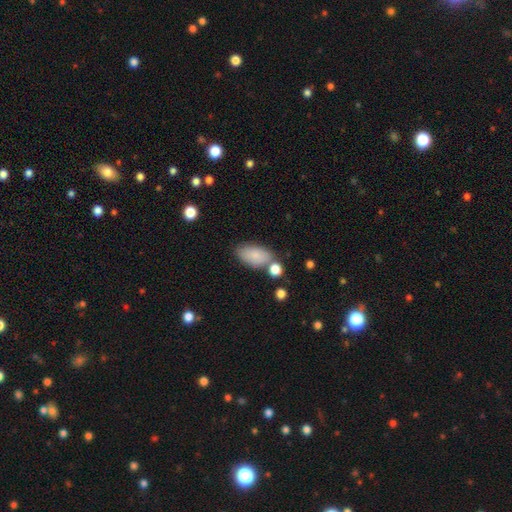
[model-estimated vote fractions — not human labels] A smooth galaxy with no disk features (83%) that is in between round and cigar-shaped (92%).

Vote fractions:
- Smooth or featured? smooth: 83% / featured or disk: 10% / star or artifact: 7%
- How rounded? in between: 92% / round: 4% / cigar-shaped: 3%
- Merging? none: 62% / minor disturbance: 18% / merger: 14% / major disturbance: 5%